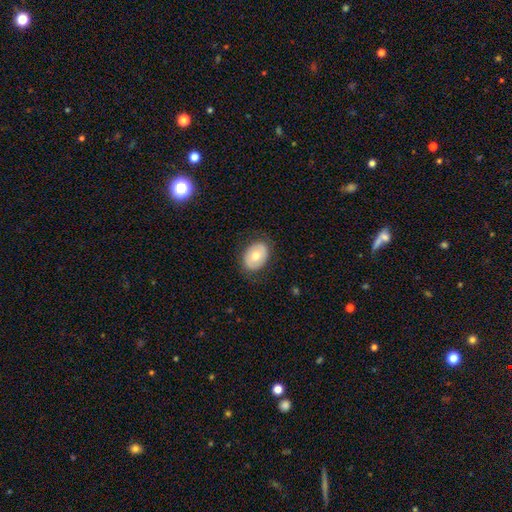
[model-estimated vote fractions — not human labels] smooth_or_featured: smooth (p=0.65) [alt: featured or disk p=0.29]
how_rounded: in between (p=0.77) [alt: round p=0.22]
merging: none (p=0.80) [alt: minor disturbance p=0.14]